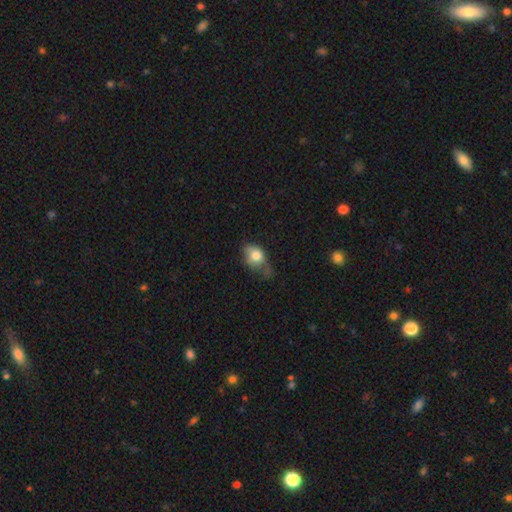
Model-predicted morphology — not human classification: A smooth galaxy with no disk features (73%) that is in between round and cigar-shaped (70%). Merging: minor disturbance (38%).